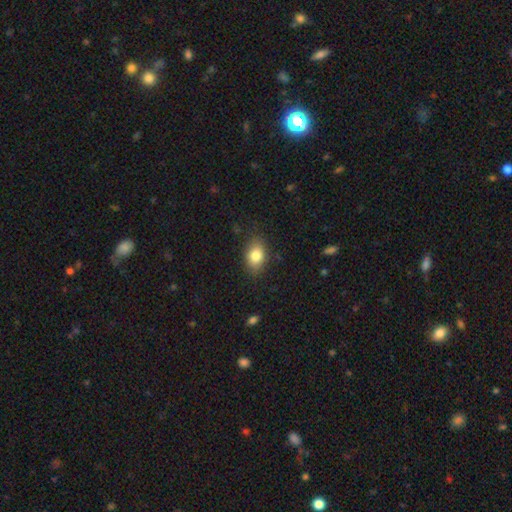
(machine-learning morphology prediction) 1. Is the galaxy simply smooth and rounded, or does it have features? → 82% smooth, 10% featured or disk, 8% star or artifact.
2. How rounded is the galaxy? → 82% in between, 17% round, 2% cigar-shaped.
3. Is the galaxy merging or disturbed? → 83% none, 13% minor disturbance, 3% major disturbance, 1% merger.